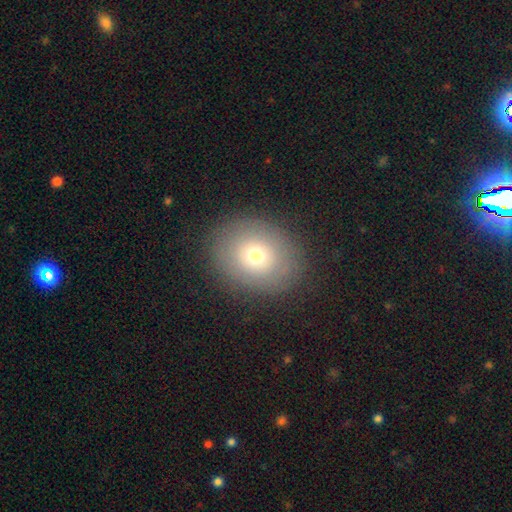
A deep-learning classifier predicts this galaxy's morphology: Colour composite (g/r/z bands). It shows a smooth galaxy with no disk features (70%) that is round (54%). Merging: none (86%).